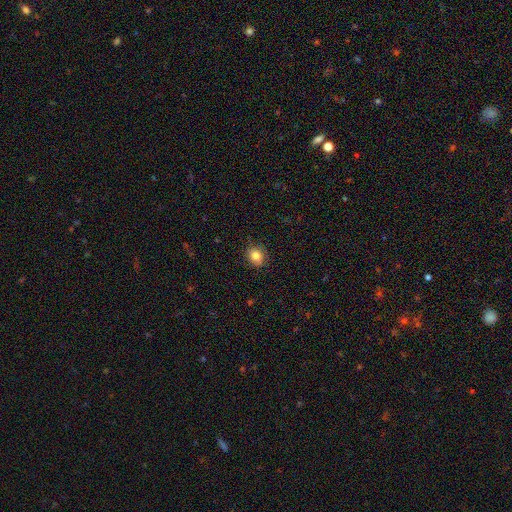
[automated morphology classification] A smooth galaxy with no disk features (81%) that is round (69%).

Vote fractions:
- Smooth or featured? smooth: 81% / star or artifact: 11% / featured or disk: 8%
- How rounded? round: 69% / in between: 30% / cigar-shaped: 1%
- Merging? none: 81% / minor disturbance: 15% / major disturbance: 3% / merger: 1%